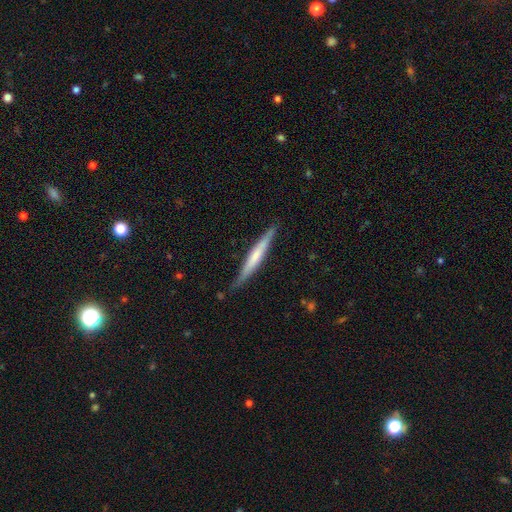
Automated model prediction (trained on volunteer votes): Overall: featured or disk (50%; smooth 45%). Merging: none (84%).